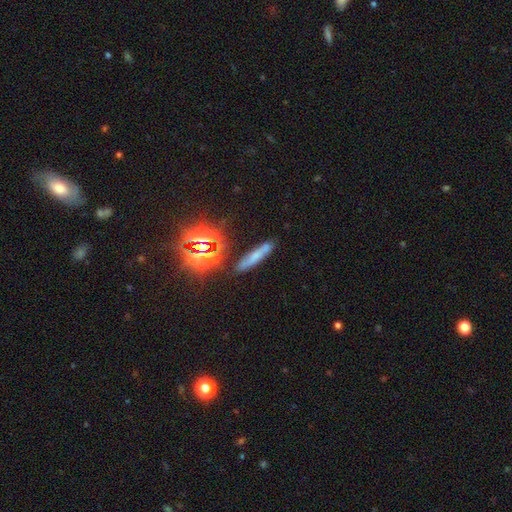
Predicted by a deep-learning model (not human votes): smooth_or_featured: smooth (p=0.54) [alt: star or artifact p=0.25]
how_rounded: cigar-shaped (p=0.83) [alt: in between p=0.11]
merging: none (p=0.79) [alt: minor disturbance p=0.12]